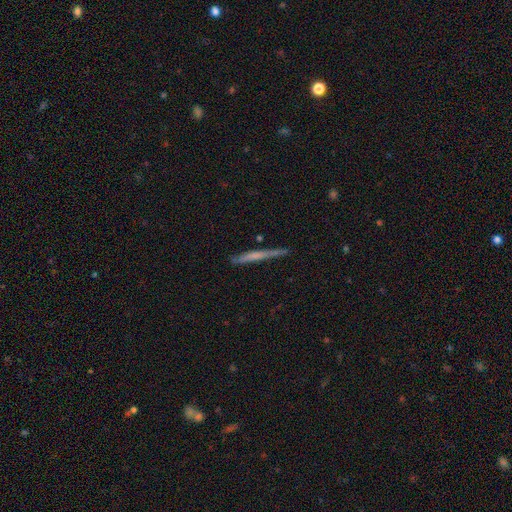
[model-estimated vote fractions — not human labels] The model was most divided on "smooth or featured": featured or disk: 48%, smooth: 45%, star or artifact: 6%. More confident: merging — none (83%).